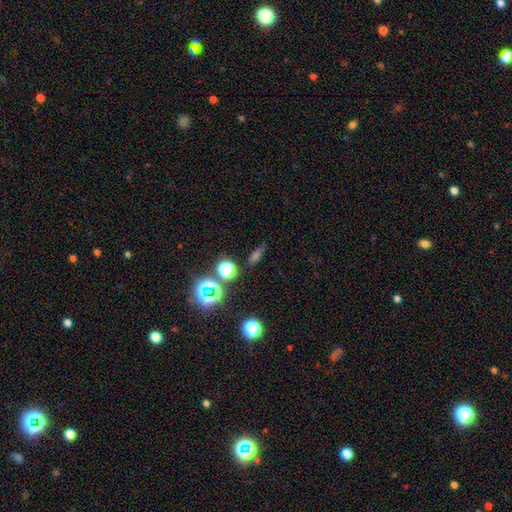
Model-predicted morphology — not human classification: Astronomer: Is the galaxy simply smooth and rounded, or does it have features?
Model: star or artifact — 43% (runner-up: smooth, 41%).